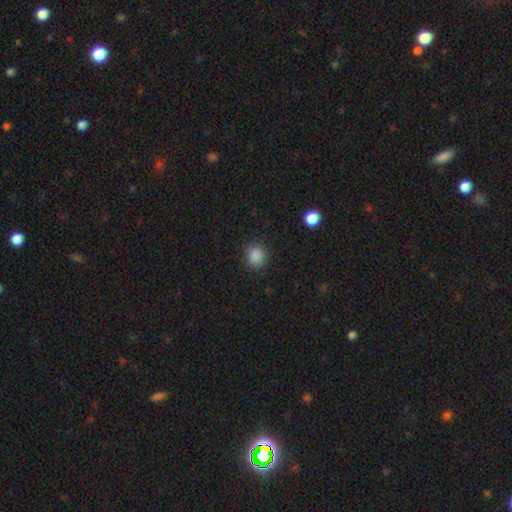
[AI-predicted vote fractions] Morphology: type=smooth (87%); roundness=round (84%); merging=none (88%).